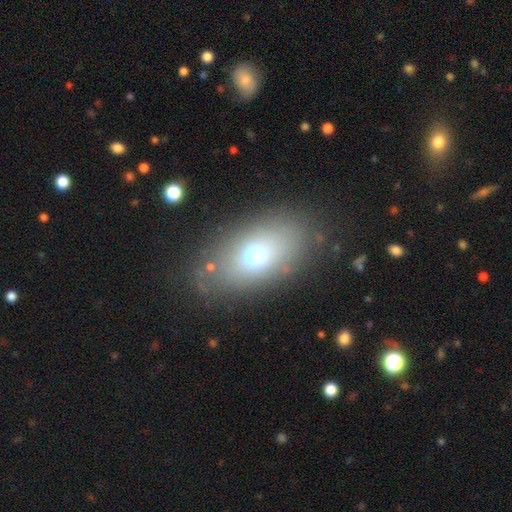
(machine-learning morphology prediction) The model was most divided on "smooth or featured": smooth: 68%, featured or disk: 20%, star or artifact: 13%. More confident: how rounded — in between (87%); merging — none (78%).